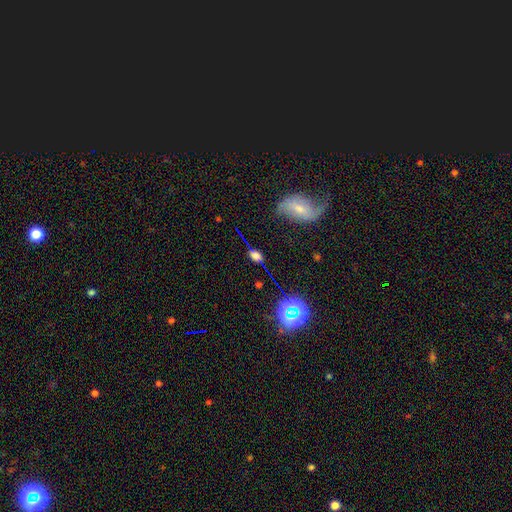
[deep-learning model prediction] Smooth or featured? Predicted: smooth (p=0.45). Merging? Predicted: none (p=0.72).